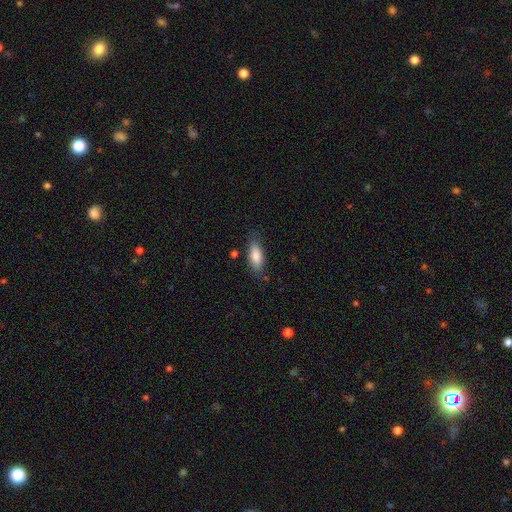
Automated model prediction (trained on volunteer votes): smooth-or-featured: smooth: 84% | featured or disk: 9% | star or artifact: 6%
  how-rounded: in between: 73% | cigar-shaped: 24% | round: 2%
  merging: none: 80% | minor disturbance: 15% | major disturbance: 3% | merger: 2%